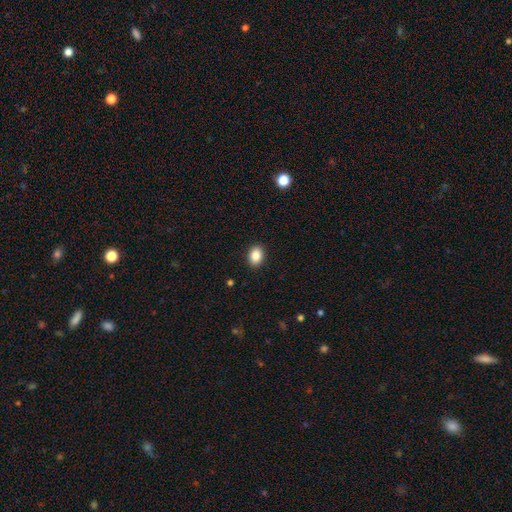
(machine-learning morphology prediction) This is clearly a smooth galaxy (87%). How rounded: likely in between (70%). Merging: clearly none (91%).